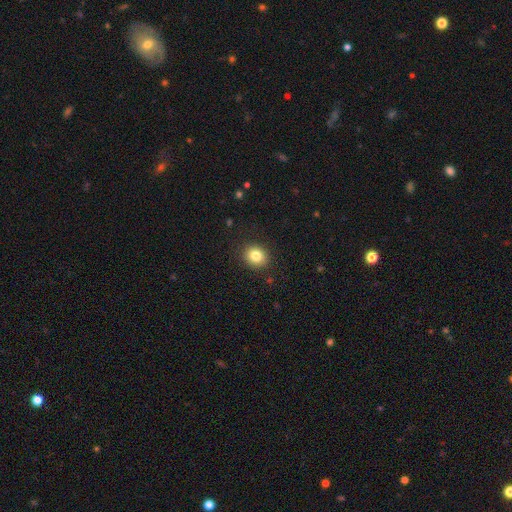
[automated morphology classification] Smooth or featured?
  - smooth: 83% *
  - star or artifact: 10%
  - featured or disk: 7%
How rounded?
  - round: 73% *
  - in between: 26%
  - cigar-shaped: 1%
Merging?
  - none: 90% *
  - minor disturbance: 7%
  - major disturbance: 2%
  - merger: 1%